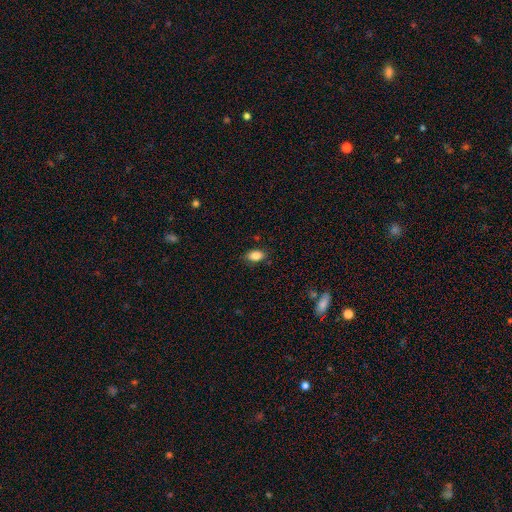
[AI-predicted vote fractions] This is clearly a smooth galaxy (86%). How rounded: clearly in between (89%). Merging: clearly none (84%).